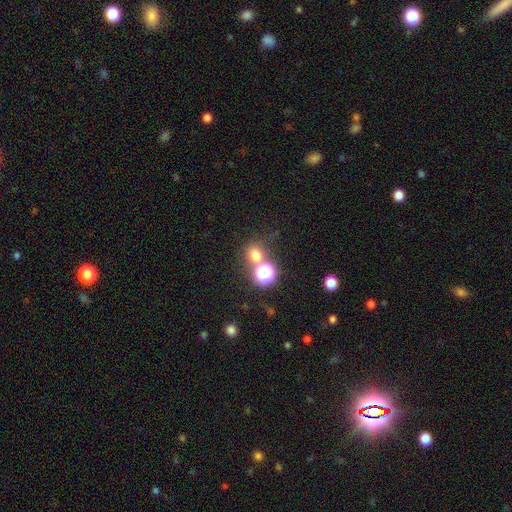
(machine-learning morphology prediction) Q: Smooth or featured?
A: smooth (66%); runner-up: star or artifact (26%)
Q: How rounded?
A: round (81%); runner-up: in between (18%)
Q: Merging?
A: none (64%); runner-up: merger (24%)